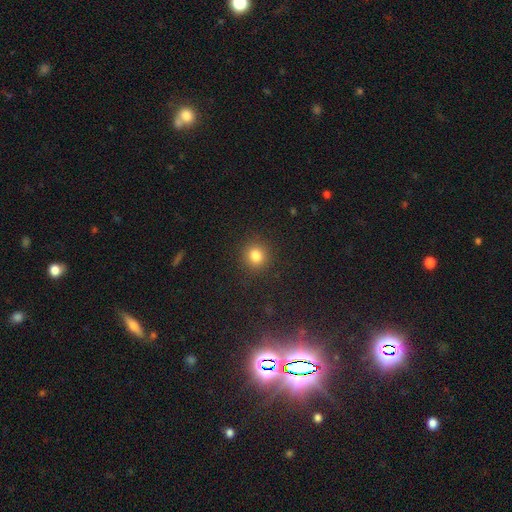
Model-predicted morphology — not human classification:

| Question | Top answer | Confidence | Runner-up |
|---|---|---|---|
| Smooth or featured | smooth | 82% | star or artifact (12%) |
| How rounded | round | 90% | in between (9%) |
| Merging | none | 91% | minor disturbance (6%) |